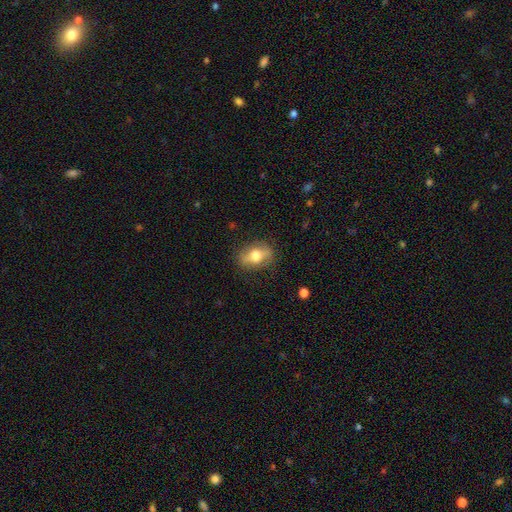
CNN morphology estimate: This is likely a smooth galaxy (62%). How rounded: likely in between (76%). Merging: likely none (78%).